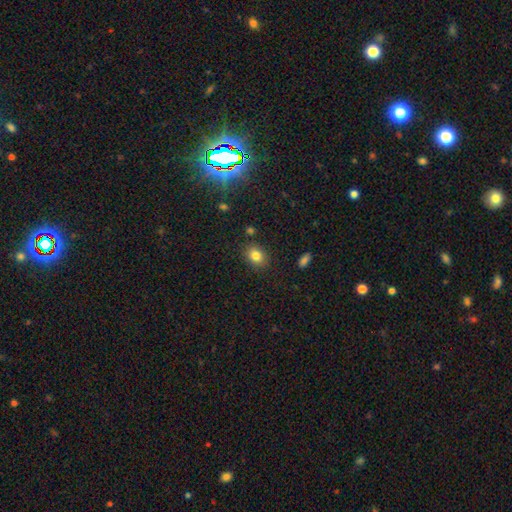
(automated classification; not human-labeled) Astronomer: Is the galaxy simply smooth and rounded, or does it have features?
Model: smooth — 82%.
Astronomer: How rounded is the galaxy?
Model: in between — 58% (runner-up: round, 41%).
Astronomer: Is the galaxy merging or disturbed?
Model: none — 84%.